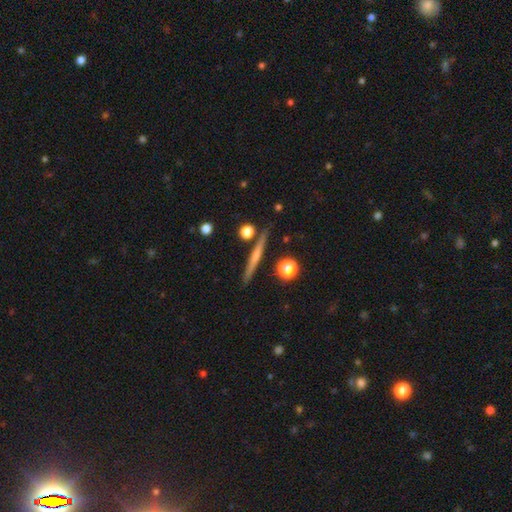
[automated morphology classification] This is possibly a featured or disk galaxy (51%). It is clearly viewed edge-on (96%). Merging: clearly none (88%).